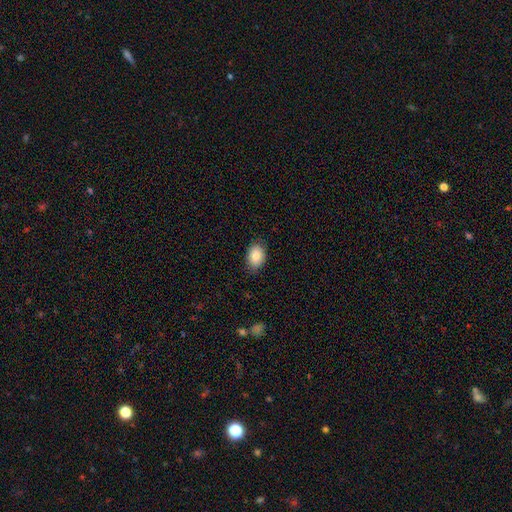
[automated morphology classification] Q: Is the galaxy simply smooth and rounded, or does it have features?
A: smooth — 84%.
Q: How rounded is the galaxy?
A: in between — 81%.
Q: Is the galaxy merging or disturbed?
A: none — 82%.